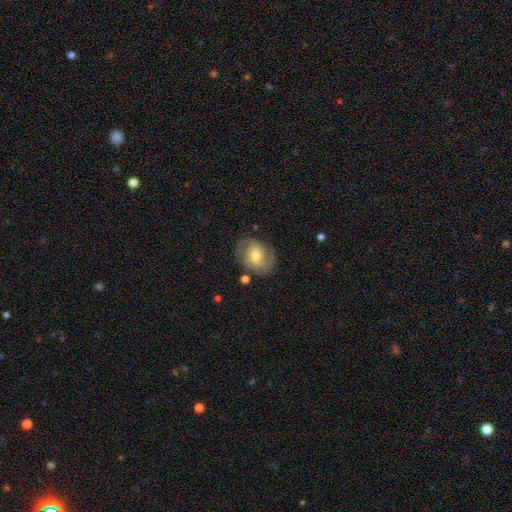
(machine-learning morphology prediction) Smooth or featured? Predicted: featured or disk (p=0.68). Edge-on disk? Predicted: no (p=0.97). Bar? Predicted: weak (p=0.44, tied with no). Spiral arms? Predicted: yes (p=0.86). Spiral winding? Predicted: medium (p=0.45). Spiral arm count? Predicted: 2 (p=0.73). Bulge size? Predicted: moderate (p=0.65). Merging? Predicted: none (p=0.71).